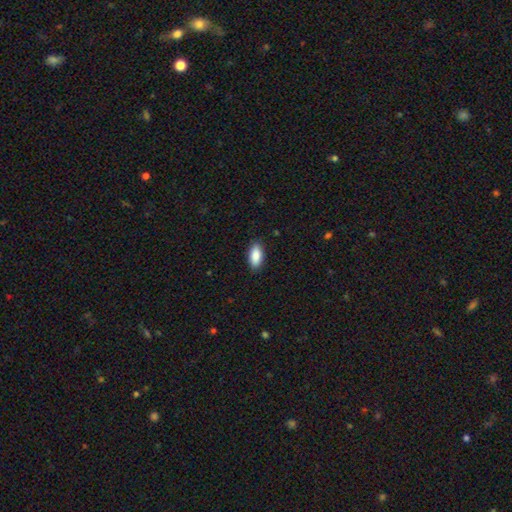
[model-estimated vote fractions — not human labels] Smooth or featured? smooth (88%)
How rounded? in between (89%)
Merging? none (88%)